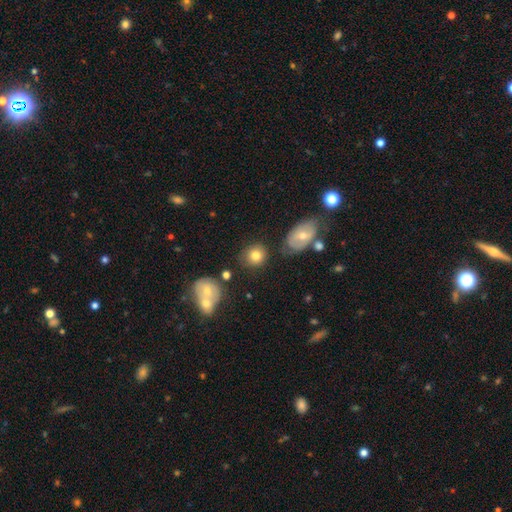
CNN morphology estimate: A smooth galaxy with no disk features (79%) that is round (79%). Merging: none (74%).